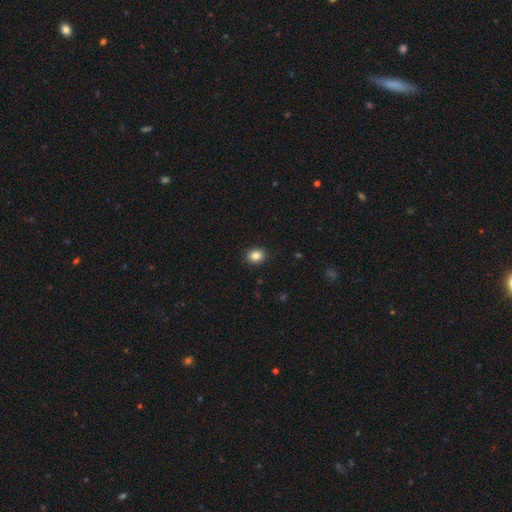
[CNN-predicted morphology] This is clearly a smooth galaxy (86%). How rounded: likely round (65%). Merging: clearly none (91%).